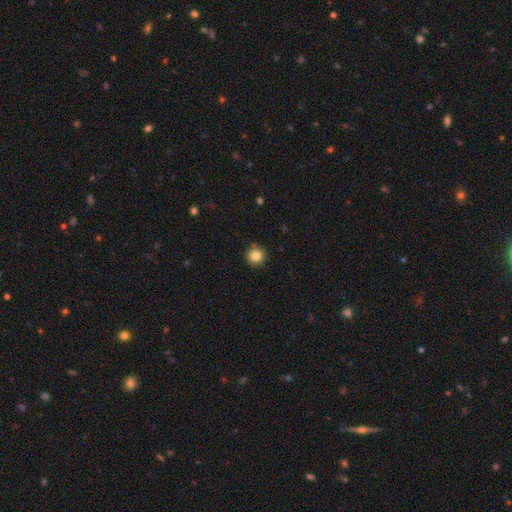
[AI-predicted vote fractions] Smooth or featured? smooth (83%)
How rounded? round (95%)
Merging? none (90%)